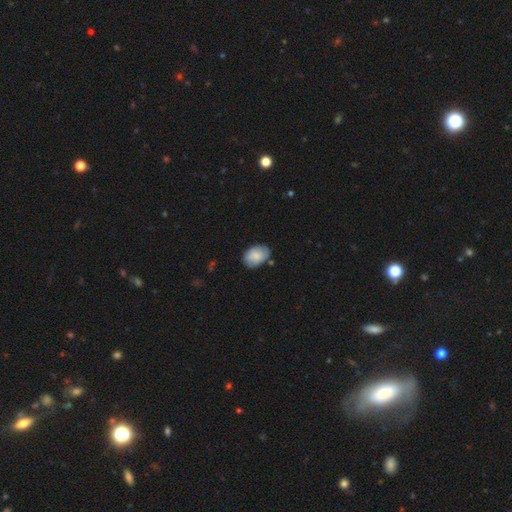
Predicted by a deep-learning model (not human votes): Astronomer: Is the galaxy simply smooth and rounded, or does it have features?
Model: smooth — 81%.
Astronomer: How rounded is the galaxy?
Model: in between — 86%.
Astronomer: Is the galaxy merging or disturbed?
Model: none — 68%.